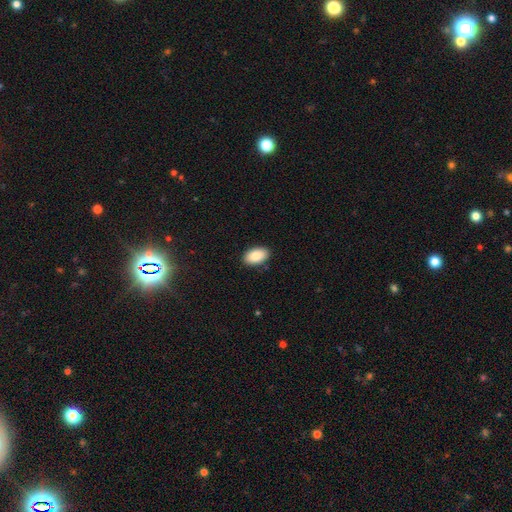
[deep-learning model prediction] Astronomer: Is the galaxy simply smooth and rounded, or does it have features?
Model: smooth — 85%.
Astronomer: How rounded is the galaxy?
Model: in between — 93%.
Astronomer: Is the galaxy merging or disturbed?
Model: none — 88%.